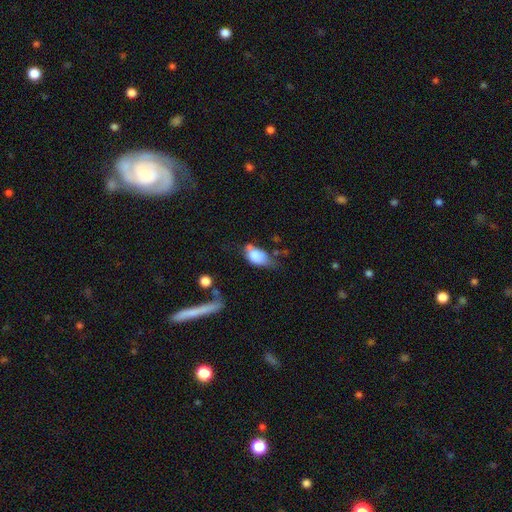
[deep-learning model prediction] This is likely a smooth galaxy (78%). How rounded: clearly in between (89%). Merging: marginally minor disturbance (37%).